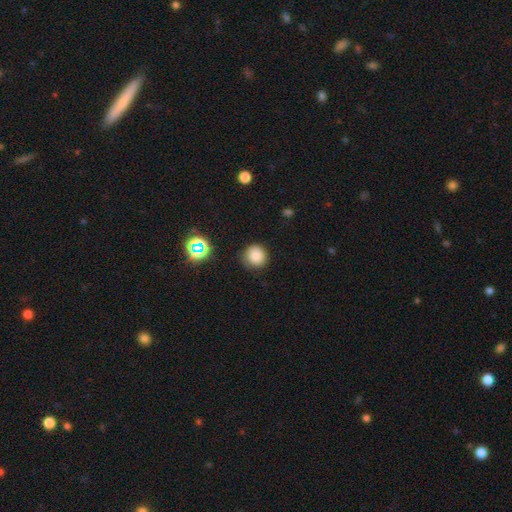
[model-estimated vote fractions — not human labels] smooth 81%, star or artifact 13%, featured or disk 6%. Down the decision tree: how rounded — round (92%); merging — none (81%).